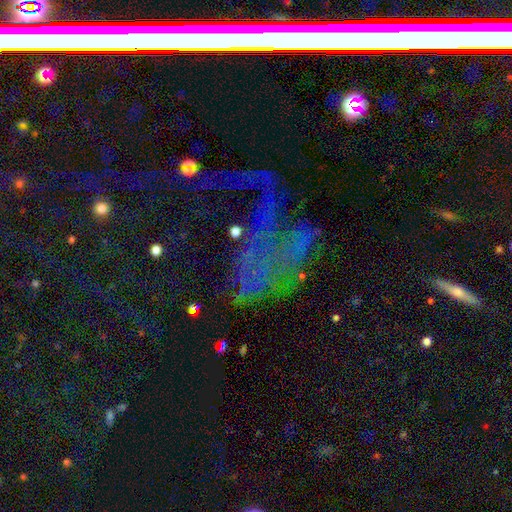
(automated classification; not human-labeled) This appears to be a star or artifact, not a galaxy (49%).